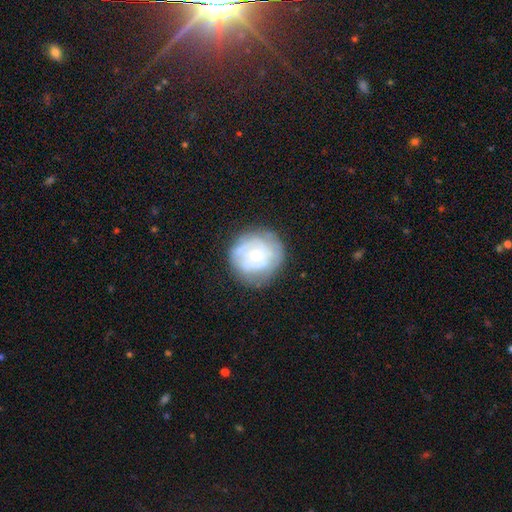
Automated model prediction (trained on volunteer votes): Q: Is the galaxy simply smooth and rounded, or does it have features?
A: featured or disk — 59%.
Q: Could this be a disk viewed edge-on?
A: no — 97%.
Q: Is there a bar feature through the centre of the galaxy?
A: no — 84%.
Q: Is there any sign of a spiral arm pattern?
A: yes — 54%.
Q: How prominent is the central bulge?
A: small — 48%.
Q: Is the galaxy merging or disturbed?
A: none — 71%.